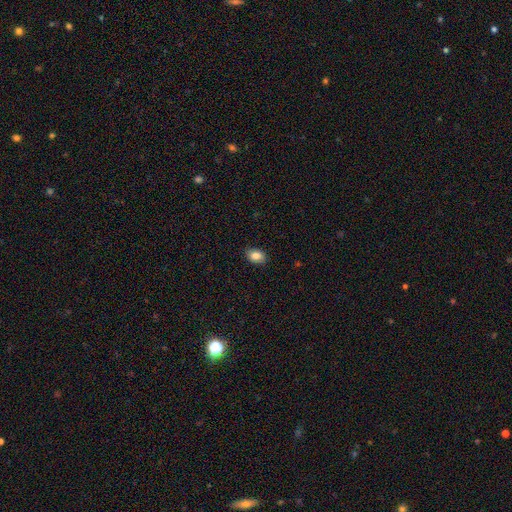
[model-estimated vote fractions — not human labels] This appears to be a smooth galaxy with no disk features (85%) that is in between round and cigar-shaped (80%). Merging: none (84%).